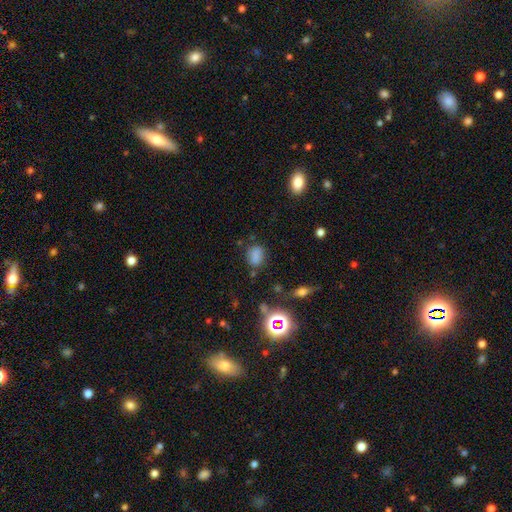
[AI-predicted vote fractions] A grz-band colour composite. It shows a smooth galaxy with no disk features (76%) that is in between round and cigar-shaped (68%). Merging: none (72%).